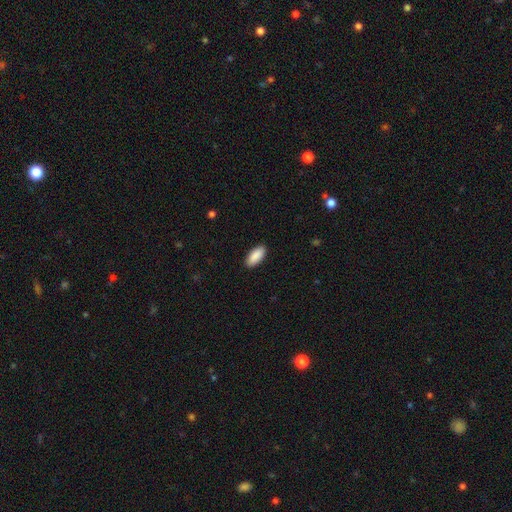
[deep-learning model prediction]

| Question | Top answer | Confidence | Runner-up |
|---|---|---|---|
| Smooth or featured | smooth | 91% | star or artifact (6%) |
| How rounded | in between | 88% | cigar-shaped (10%) |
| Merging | none | 90% | minor disturbance (8%) |